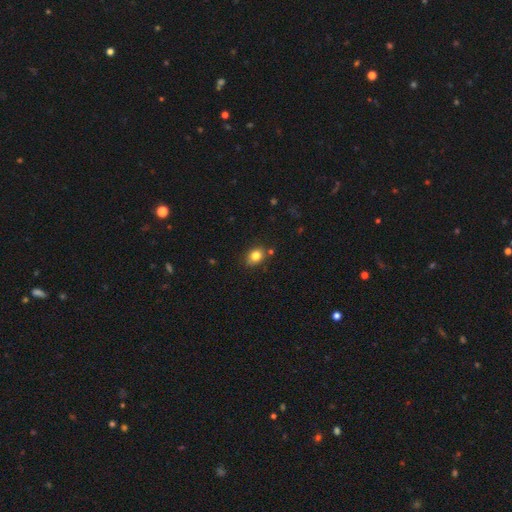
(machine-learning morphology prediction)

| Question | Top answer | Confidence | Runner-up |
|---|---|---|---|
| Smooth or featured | smooth | 80% | star or artifact (11%) |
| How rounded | round | 50% | in between (49%) |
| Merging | none | 77% | minor disturbance (15%) |